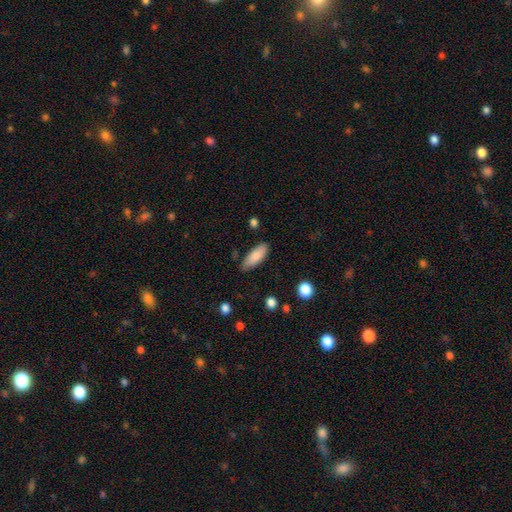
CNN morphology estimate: smooth-or-featured: smooth: 85% | featured or disk: 8% | star or artifact: 6%
  how-rounded: in between: 74% | cigar-shaped: 24% | round: 2%
  merging: none: 78% | minor disturbance: 17% | major disturbance: 3% | merger: 2%